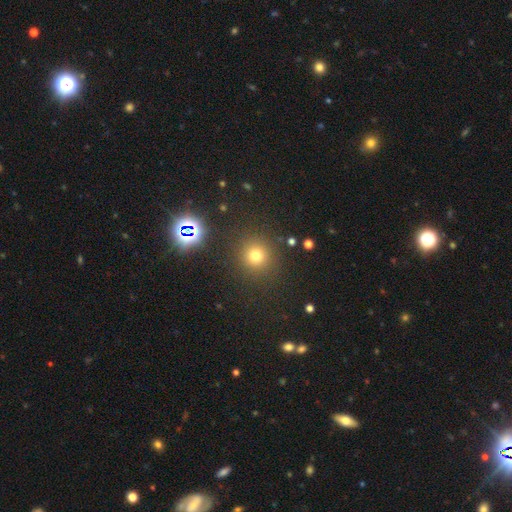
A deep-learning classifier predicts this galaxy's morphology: type=smooth (72%); roundness=round (92%); merging=none (87%).